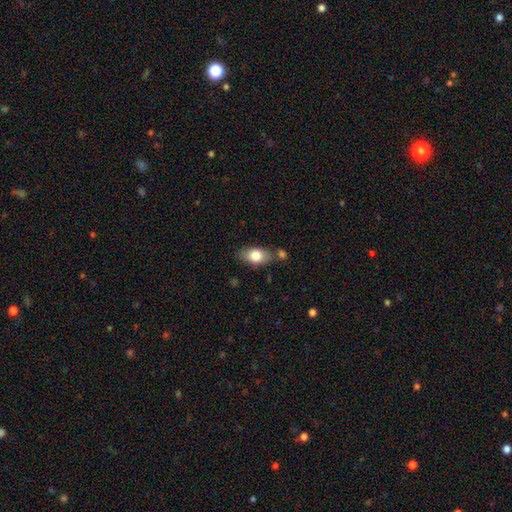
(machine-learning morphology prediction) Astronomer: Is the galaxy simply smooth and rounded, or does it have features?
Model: smooth — 78%.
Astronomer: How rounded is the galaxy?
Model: in between — 87%.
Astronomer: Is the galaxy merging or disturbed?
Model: none — 67%.